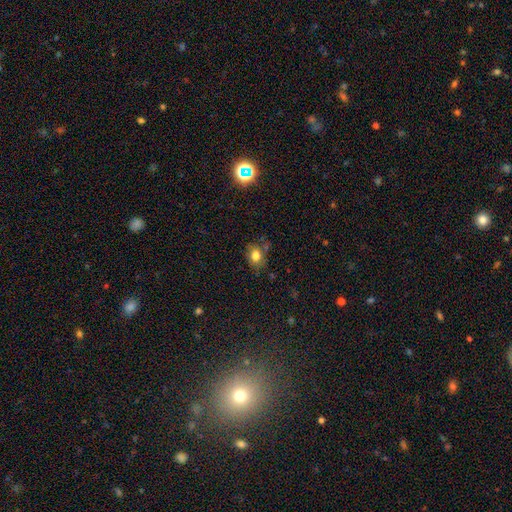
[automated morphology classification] Smooth or featured? Predicted: smooth (p=0.79). How rounded? Predicted: round (p=0.50). Merging? Predicted: none (p=0.70).